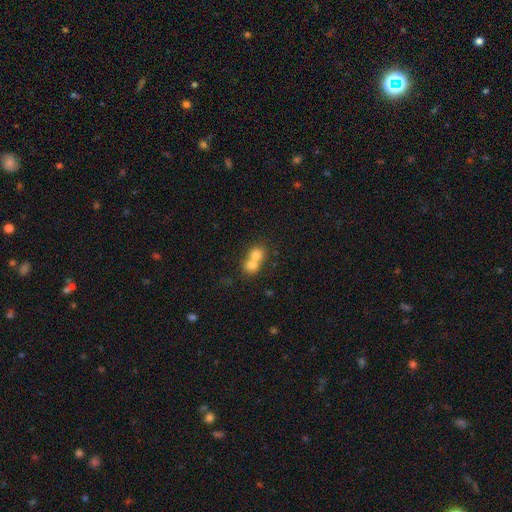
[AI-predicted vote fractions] Smooth or featured? Predicted: smooth (p=0.75). How rounded? Predicted: round (p=0.72). Merging? Predicted: merger (p=0.69).